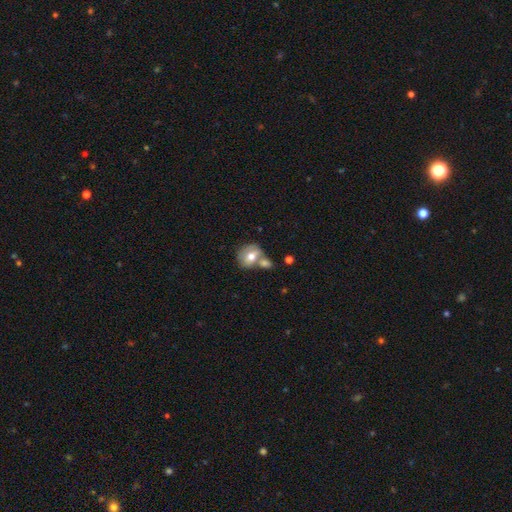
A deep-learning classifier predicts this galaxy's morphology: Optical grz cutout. It shows a smooth galaxy with no disk features (55%) that is round (67%). Merging: none (50%).